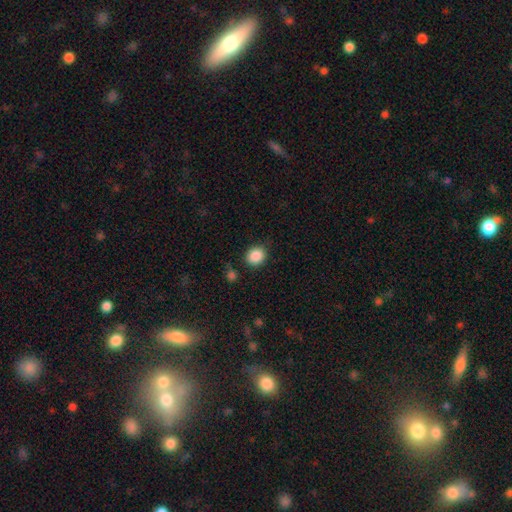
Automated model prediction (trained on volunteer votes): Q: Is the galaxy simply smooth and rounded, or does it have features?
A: smooth — 88%.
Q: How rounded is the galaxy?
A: round — 67%.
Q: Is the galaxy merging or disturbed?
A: none — 81%.